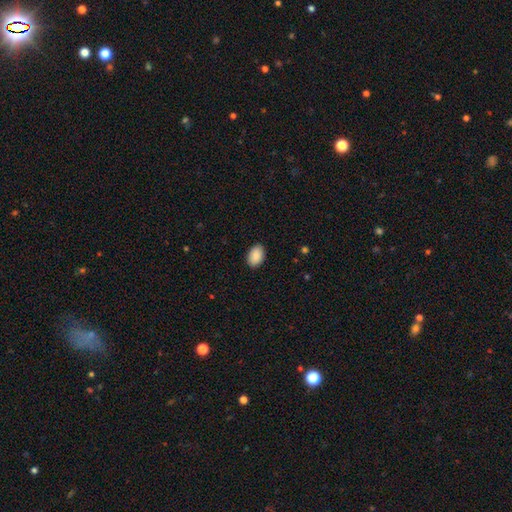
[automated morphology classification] This appears to be a smooth galaxy with no disk features (90%) that is in between round and cigar-shaped (88%). Merging: none (90%).